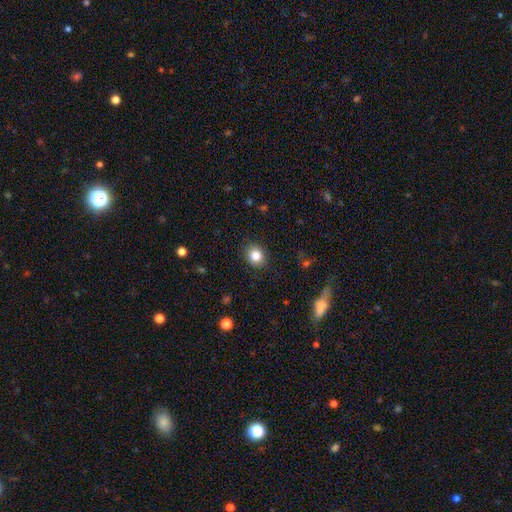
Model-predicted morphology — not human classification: type=smooth (84%); roundness=round (66%); merging=none (89%).